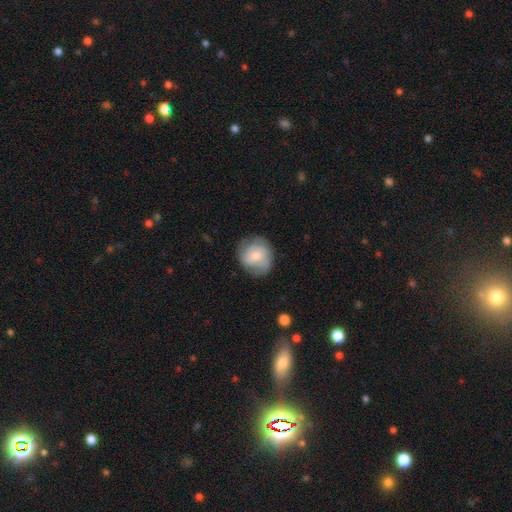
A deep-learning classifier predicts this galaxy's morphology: type=smooth (54%); roundness=round (80%); merging=none (70%).